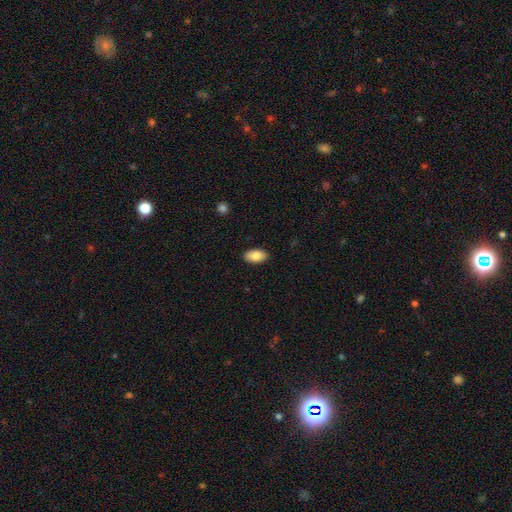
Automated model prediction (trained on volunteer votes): Smooth or featured? smooth (86%)
How rounded? in between (94%)
Merging? none (89%)